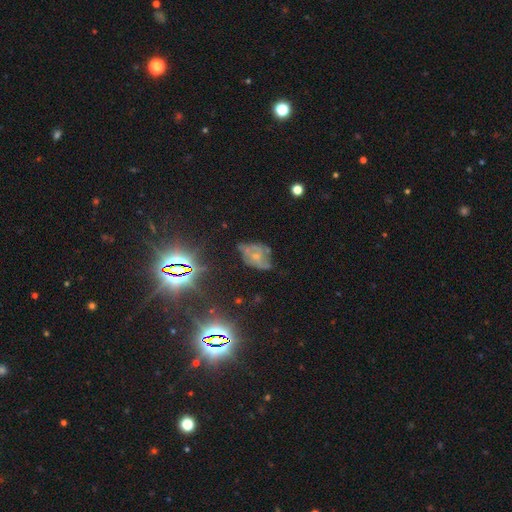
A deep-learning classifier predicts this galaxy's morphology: Smooth or featured? featured or disk (53%)
Edge-on disk? no (95%)
Merging? none (55%)